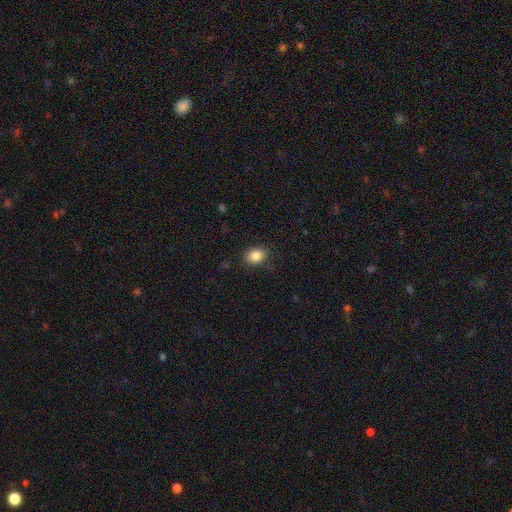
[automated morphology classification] A smooth galaxy with no disk features (85%) that is in between round and cigar-shaped (64%).

Vote fractions:
- Smooth or featured? smooth: 85% / star or artifact: 9% / featured or disk: 5%
- How rounded? in between: 64% / round: 35% / cigar-shaped: 1%
- Merging? none: 83% / minor disturbance: 12% / major disturbance: 3% / merger: 1%